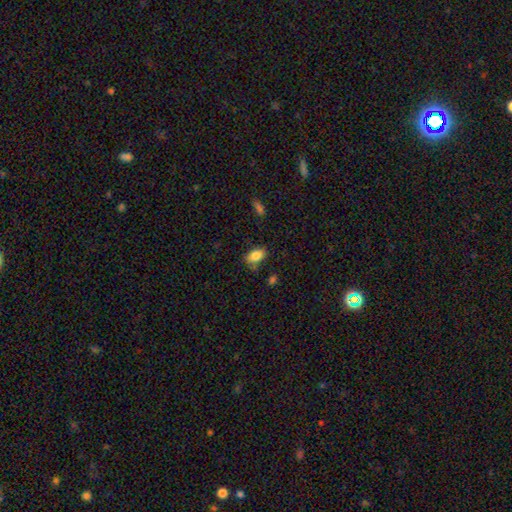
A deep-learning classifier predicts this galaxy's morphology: A smooth galaxy with no disk features (84%) that is in between round and cigar-shaped (90%). Merging: none (68%).